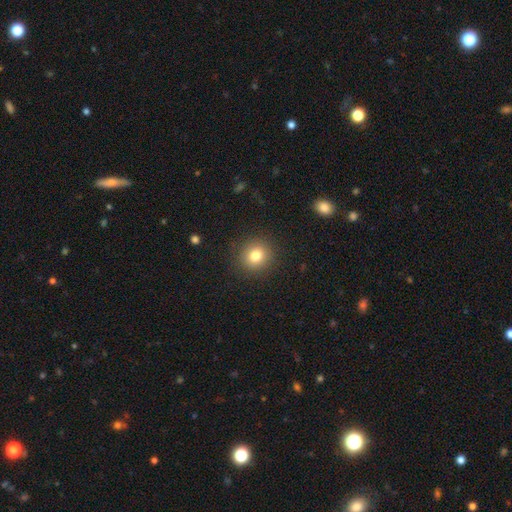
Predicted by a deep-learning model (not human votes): Smooth or featured? smooth (79%)
How rounded? round (87%)
Merging? none (90%)